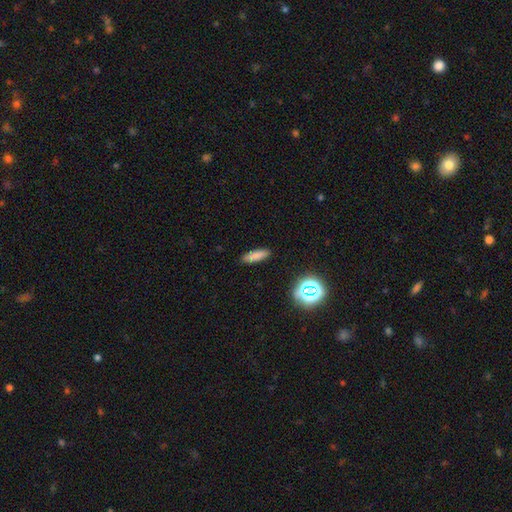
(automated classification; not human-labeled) The model was most divided on "how rounded": cigar-shaped: 59%, in between: 38%, round: 3%. More confident: merging — none (89%); smooth or featured — smooth (80%).